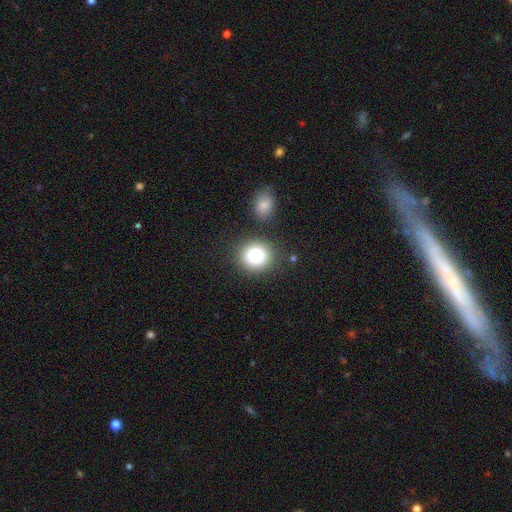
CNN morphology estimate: smooth_or_featured: smooth (p=0.84) [alt: star or artifact p=0.09]
how_rounded: round (p=0.82) [alt: in between p=0.17]
merging: none (p=0.81) [alt: minor disturbance p=0.09]